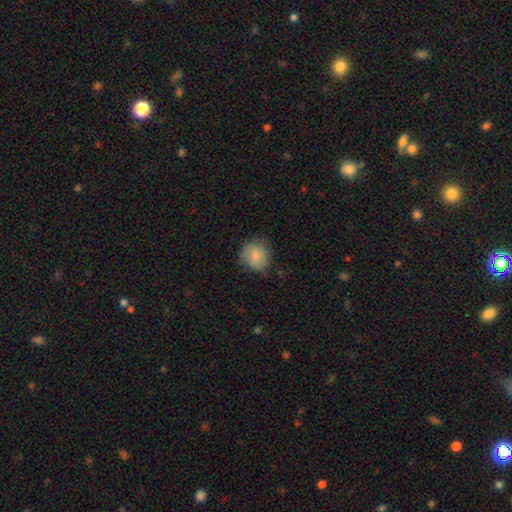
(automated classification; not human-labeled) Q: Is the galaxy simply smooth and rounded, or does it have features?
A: smooth — 78%.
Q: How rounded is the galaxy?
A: round — 85%.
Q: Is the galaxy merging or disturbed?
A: none — 67%.